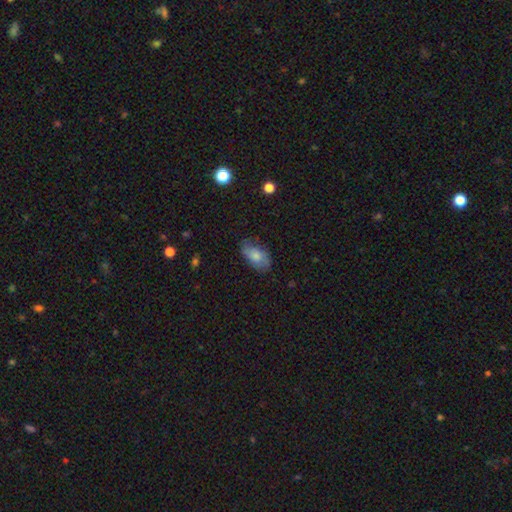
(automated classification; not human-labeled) This appears to be a smooth galaxy with no disk features (73%) that is in between round and cigar-shaped (92%). Merging: none (67%).